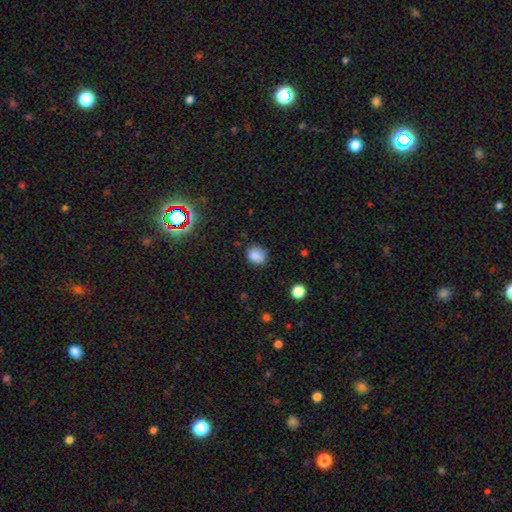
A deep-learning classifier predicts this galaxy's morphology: The model was most divided on "how rounded": round: 60%, in between: 39%, cigar-shaped: 1%. More confident: smooth or featured — smooth (83%); merging — none (76%).